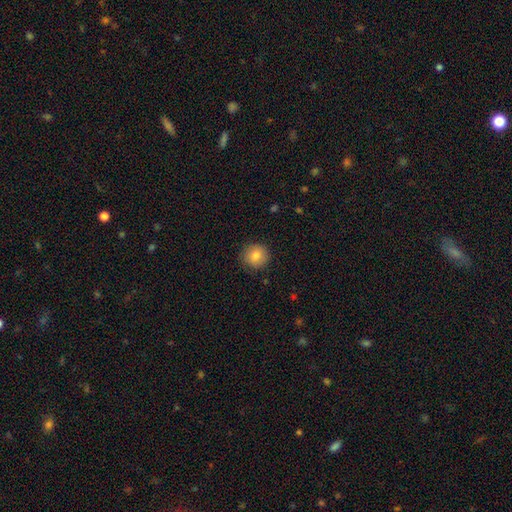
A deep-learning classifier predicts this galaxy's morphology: Smooth or featured?
  - smooth: 81% *
  - featured or disk: 10%
  - star or artifact: 9%
How rounded?
  - round: 92% *
  - in between: 7%
  - cigar-shaped: 1%
Merging?
  - none: 85% *
  - minor disturbance: 11%
  - major disturbance: 3%
  - merger: 1%